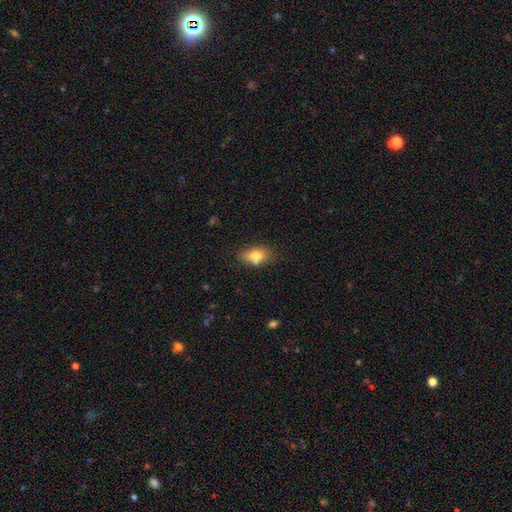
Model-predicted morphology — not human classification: Smooth or featured?
  - smooth: 71% *
  - featured or disk: 20%
  - star or artifact: 9%
How rounded?
  - in between: 82% *
  - round: 11%
  - cigar-shaped: 8%
Merging?
  - none: 63% *
  - minor disturbance: 19%
  - merger: 13%
  - major disturbance: 5%